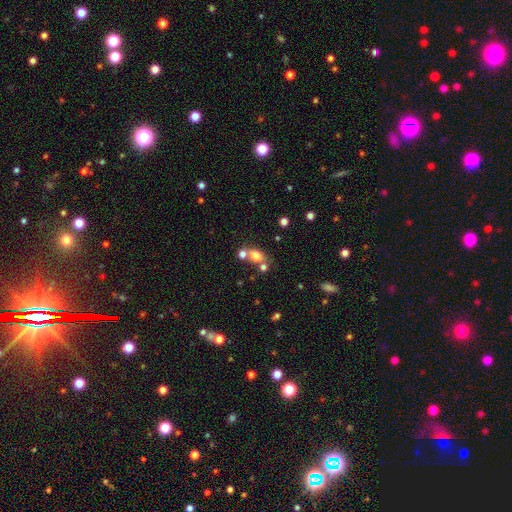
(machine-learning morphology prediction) smooth-or-featured: smooth: 74% | star or artifact: 14% | featured or disk: 12%
  how-rounded: in between: 59% | round: 39% | cigar-shaped: 2%
  merging: none: 49% | merger: 35% | minor disturbance: 11% | major disturbance: 5%